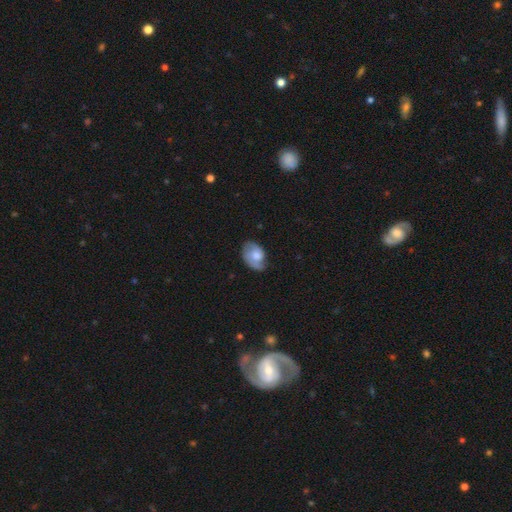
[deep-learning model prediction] smooth_or_featured: featured or disk (p=0.47) [alt: smooth p=0.46]
merging: none (p=0.52) [alt: minor disturbance p=0.33]